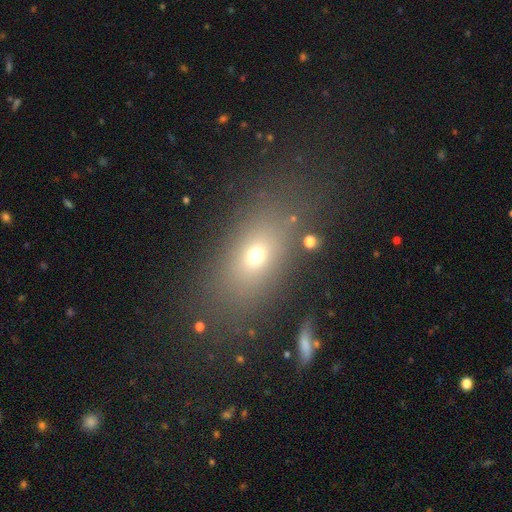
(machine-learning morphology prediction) This appears to be a smooth galaxy with no disk features (66%) that is in between round and cigar-shaped (75%). Merging: none (77%).